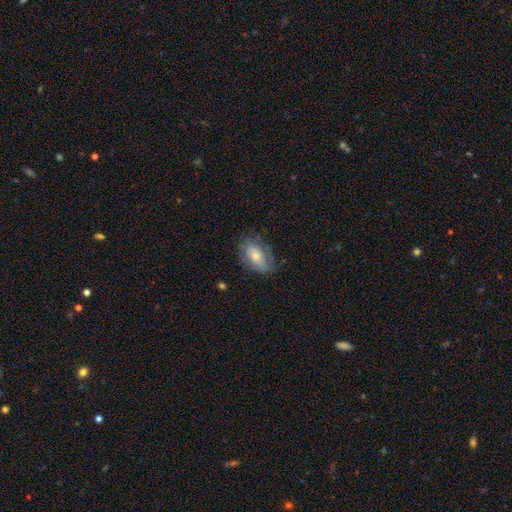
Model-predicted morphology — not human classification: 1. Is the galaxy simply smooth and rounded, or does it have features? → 59% smooth, 34% featured or disk, 7% star or artifact.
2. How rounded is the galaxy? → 89% in between, 9% round, 2% cigar-shaped.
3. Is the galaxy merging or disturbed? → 65% none, 24% minor disturbance, 10% major disturbance, 1% merger.